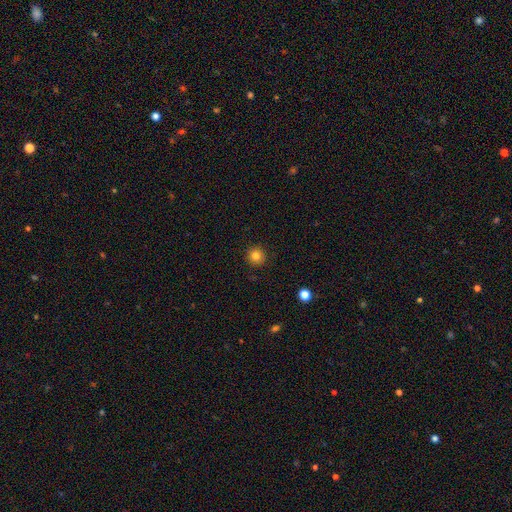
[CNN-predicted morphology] Smooth or featured?
  - smooth: 82% *
  - star or artifact: 11%
  - featured or disk: 6%
How rounded?
  - round: 94% *
  - in between: 5%
  - cigar-shaped: 1%
Merging?
  - none: 91% *
  - minor disturbance: 6%
  - major disturbance: 2%
  - merger: 1%